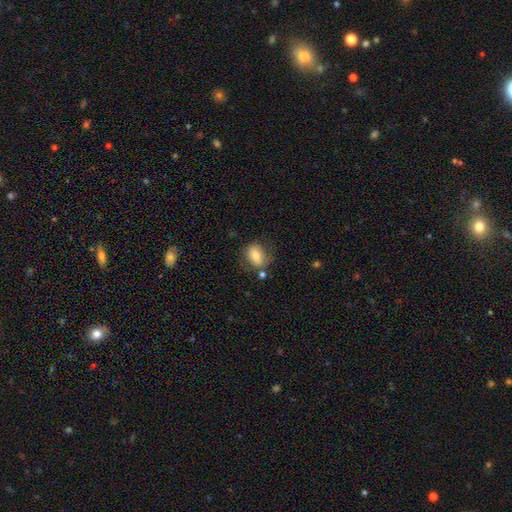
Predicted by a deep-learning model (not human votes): The model was most divided on "how rounded": in between: 62%, round: 37%, cigar-shaped: 2%. More confident: smooth or featured — smooth (70%); merging — none (65%).